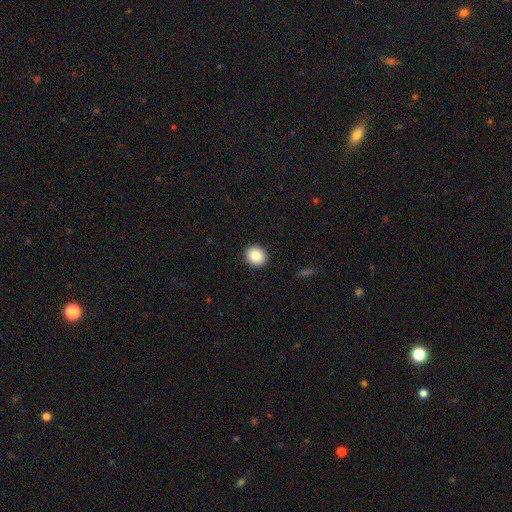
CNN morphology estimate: smooth 87%, star or artifact 8%, featured or disk 5%. Down the decision tree: how rounded — round (80%); merging — none (92%).